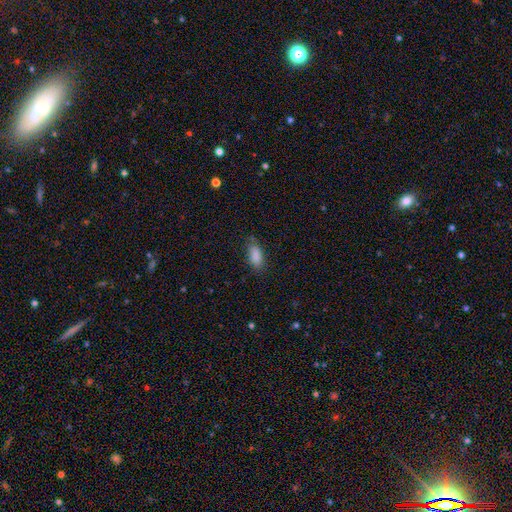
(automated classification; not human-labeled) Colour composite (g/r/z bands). It shows a smooth galaxy with no disk features (87%) that is in between round and cigar-shaped (85%). Merging: none (75%).